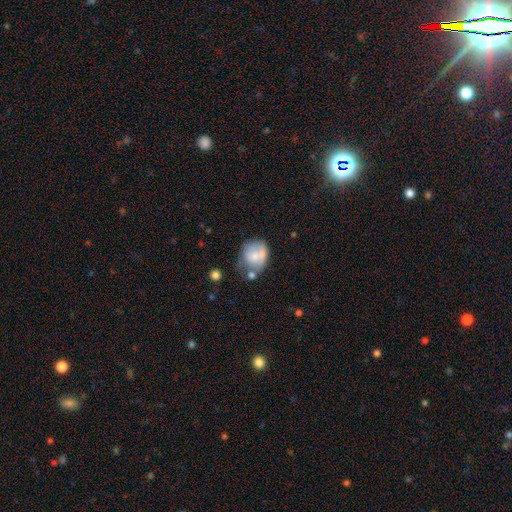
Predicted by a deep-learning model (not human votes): Overall: smooth (64%; featured or disk 28%). How rounded: round (60%; in between 39%). Merging: none (34%; minor disturbance 30%).